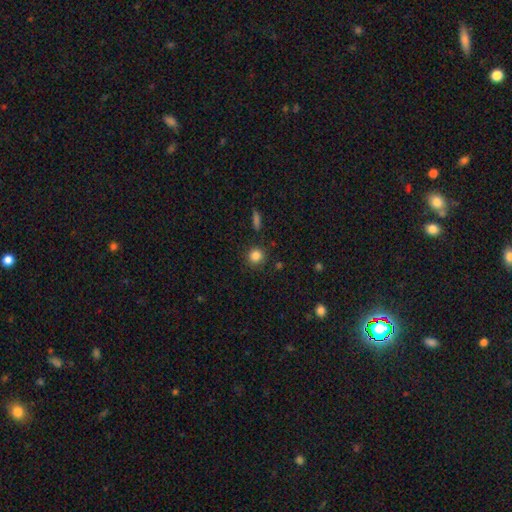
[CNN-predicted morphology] Q: Smooth or featured?
A: smooth (84%); runner-up: star or artifact (11%)
Q: How rounded?
A: round (89%); runner-up: in between (10%)
Q: Merging?
A: none (88%); runner-up: minor disturbance (7%)